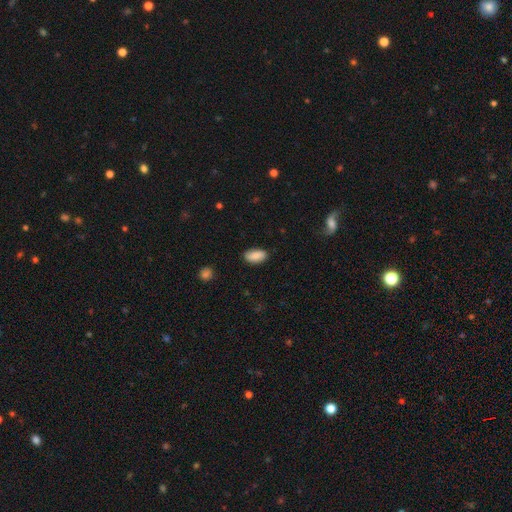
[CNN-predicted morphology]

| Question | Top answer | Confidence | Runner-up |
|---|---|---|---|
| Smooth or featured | smooth | 86% | featured or disk (7%) |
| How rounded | in between | 92% | cigar-shaped (4%) |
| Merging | none | 85% | minor disturbance (11%) |